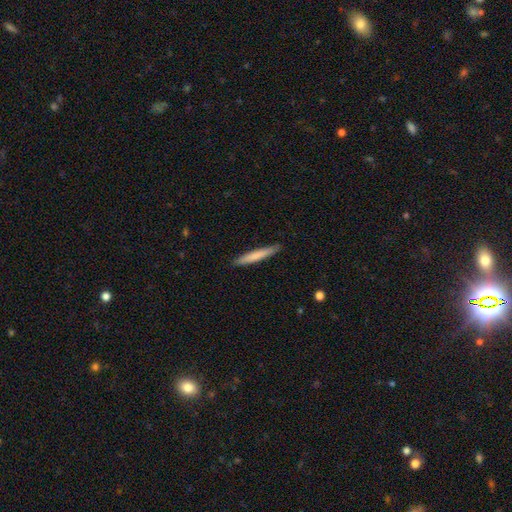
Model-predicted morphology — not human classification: A smooth galaxy with no disk features (73%) that is cigar-shaped (95%).

Vote fractions:
- Smooth or featured? smooth: 73% / featured or disk: 22% / star or artifact: 5%
- How rounded? cigar-shaped: 95% / in between: 3% / round: 1%
- Merging? none: 89% / minor disturbance: 8% / major disturbance: 1% / merger: 1%